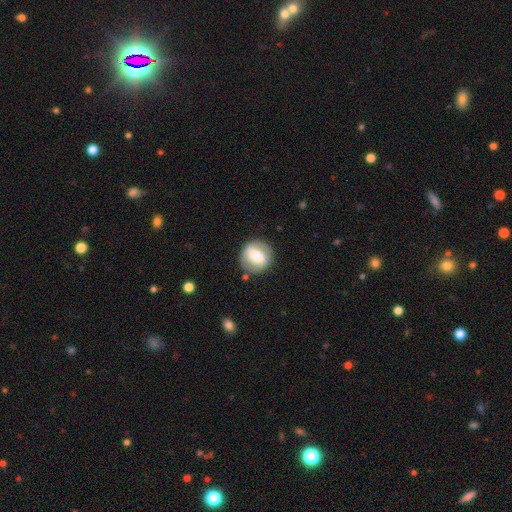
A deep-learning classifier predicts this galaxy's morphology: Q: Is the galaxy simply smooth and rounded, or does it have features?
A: featured or disk — 52%.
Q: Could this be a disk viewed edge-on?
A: no — 94%.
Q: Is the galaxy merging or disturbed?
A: none — 81%.